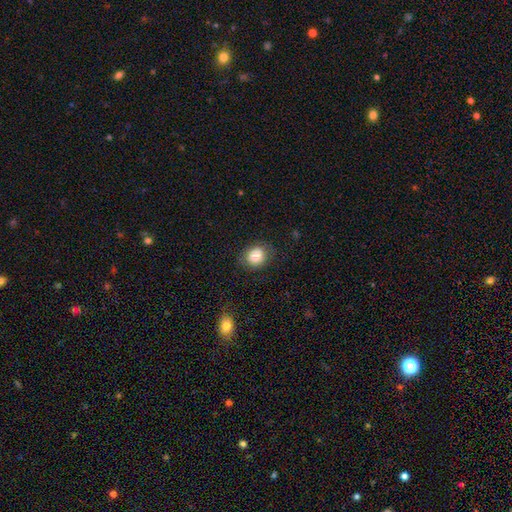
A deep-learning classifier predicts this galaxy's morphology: Q: Smooth or featured?
A: smooth (83%); runner-up: star or artifact (9%)
Q: How rounded?
A: round (64%); runner-up: in between (35%)
Q: Merging?
A: none (81%); runner-up: minor disturbance (13%)